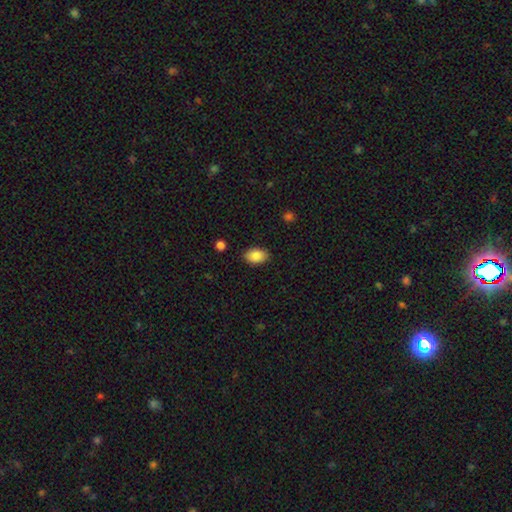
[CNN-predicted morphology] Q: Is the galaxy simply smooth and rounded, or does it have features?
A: smooth — 87%.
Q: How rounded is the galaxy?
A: in between — 87%.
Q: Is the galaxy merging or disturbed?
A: none — 86%.